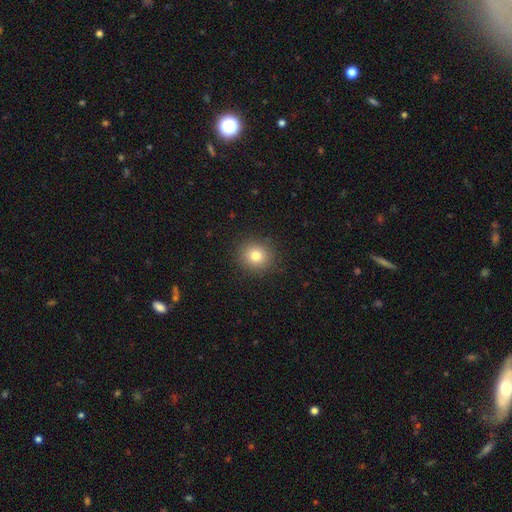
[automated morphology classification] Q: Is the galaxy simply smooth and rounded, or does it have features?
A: smooth — 78%.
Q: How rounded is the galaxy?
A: round — 86%.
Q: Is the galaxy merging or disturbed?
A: none — 90%.